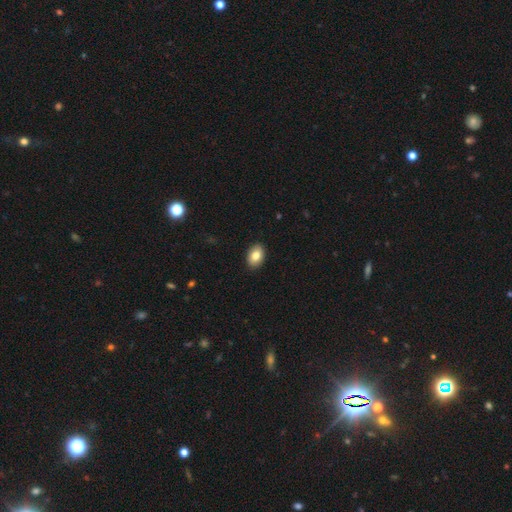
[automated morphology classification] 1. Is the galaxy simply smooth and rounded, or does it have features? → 83% smooth, 9% featured or disk, 8% star or artifact.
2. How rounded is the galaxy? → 85% in between, 14% round, 1% cigar-shaped.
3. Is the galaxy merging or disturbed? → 91% none, 7% minor disturbance, 2% major disturbance, 1% merger.